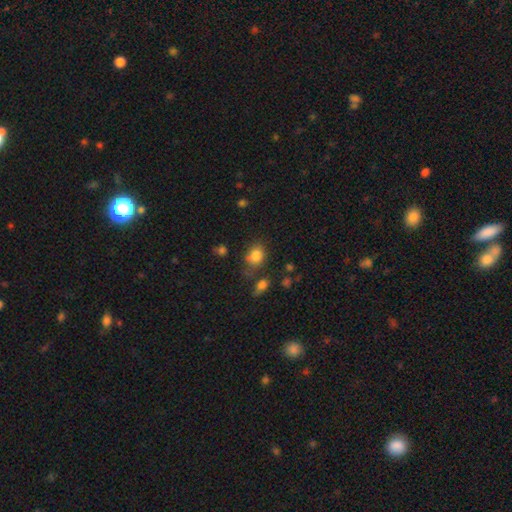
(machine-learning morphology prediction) This is clearly a smooth galaxy (82%). How rounded: possibly in between (55%). Merging: likely none (64%).